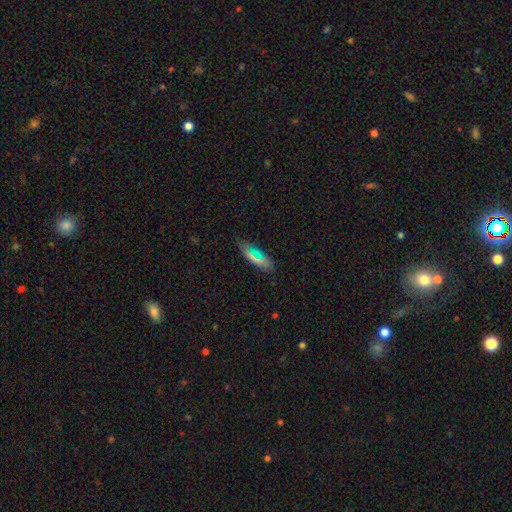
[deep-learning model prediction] A smooth galaxy with no disk features (64%) that is in between round and cigar-shaped (61%). Merging: none (79%).